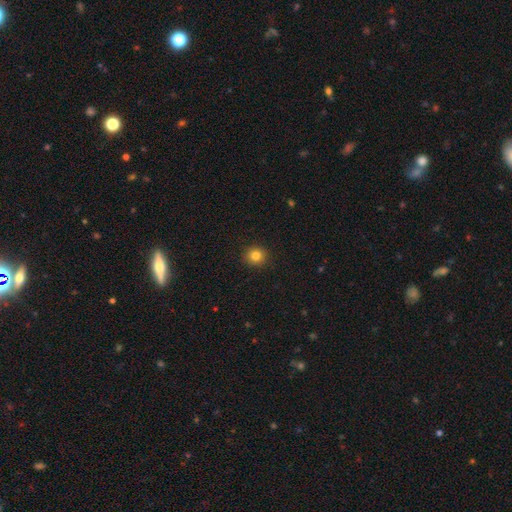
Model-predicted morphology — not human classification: type=smooth (82%); roundness=round (91%); merging=none (92%).